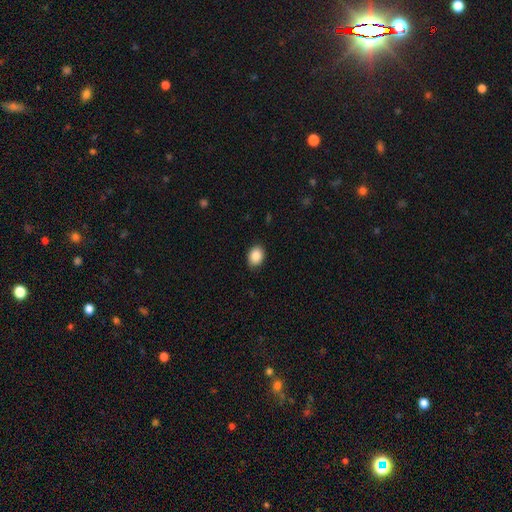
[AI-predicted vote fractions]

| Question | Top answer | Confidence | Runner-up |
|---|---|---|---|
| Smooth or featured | smooth | 88% | star or artifact (8%) |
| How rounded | in between | 67% | round (32%) |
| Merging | none | 88% | minor disturbance (9%) |